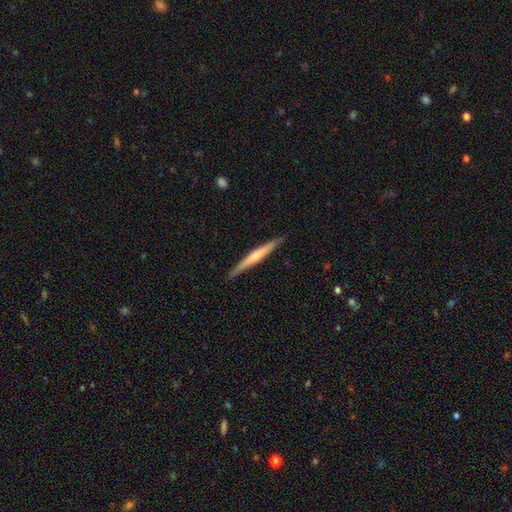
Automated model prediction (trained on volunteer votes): smooth_or_featured: featured or disk (p=0.57) [alt: smooth p=0.38]
disk_edge_on: yes (p=0.97) [alt: no p=0.03]
edge_on_bulge: rounded (p=0.47) [alt: none p=0.44]
merging: none (p=0.90) [alt: minor disturbance p=0.08]